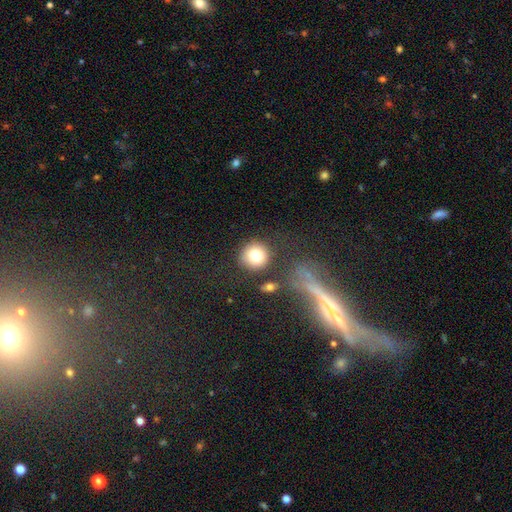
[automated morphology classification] smooth 81%, star or artifact 10%, featured or disk 10%. Down the decision tree: how rounded — round (91%); merging — none (76%).